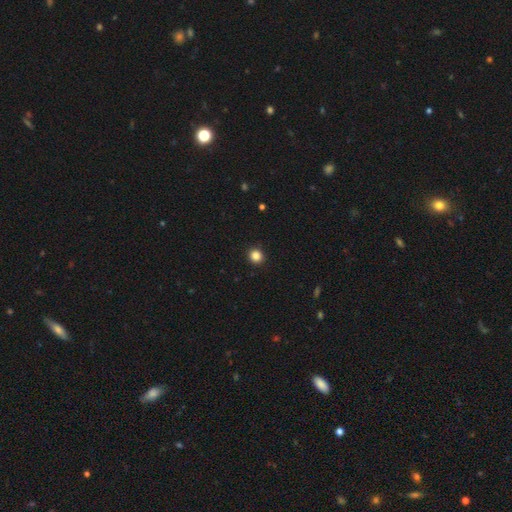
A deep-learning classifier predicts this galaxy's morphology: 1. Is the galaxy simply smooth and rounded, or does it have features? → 85% smooth, 12% star or artifact, 3% featured or disk.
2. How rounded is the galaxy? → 92% round, 7% in between, 1% cigar-shaped.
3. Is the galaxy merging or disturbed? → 93% none, 4% minor disturbance, 2% major disturbance, 1% merger.